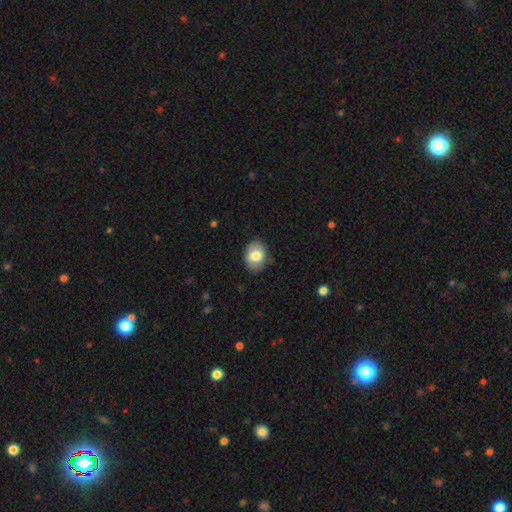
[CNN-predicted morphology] A smooth galaxy with no disk features (75%) that is in between round and cigar-shaped (70%).

Vote fractions:
- Smooth or featured? smooth: 75% / featured or disk: 18% / star or artifact: 7%
- How rounded? in between: 70% / round: 29% / cigar-shaped: 1%
- Merging? none: 81% / minor disturbance: 15% / major disturbance: 3% / merger: 1%